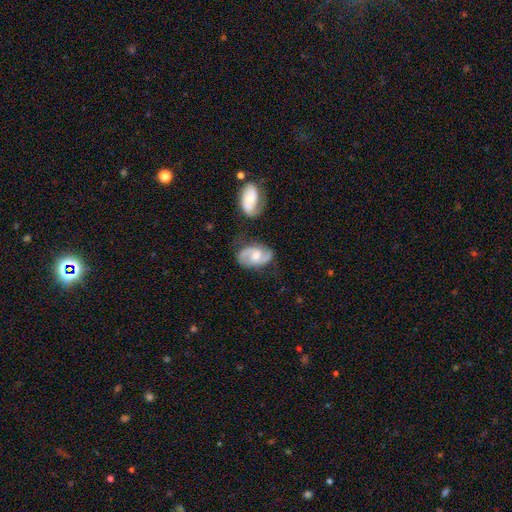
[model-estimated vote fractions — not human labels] Overall: featured or disk (81%). Edge-on disk: no (97%). Bar: no (46%; weak 44%). Spiral arms: yes (94%). Spiral arm count: 2 (91%). Spiral winding: medium (55%; tight 23%). Bulge size: moderate (60%; small 28%). Merging: none (69%).